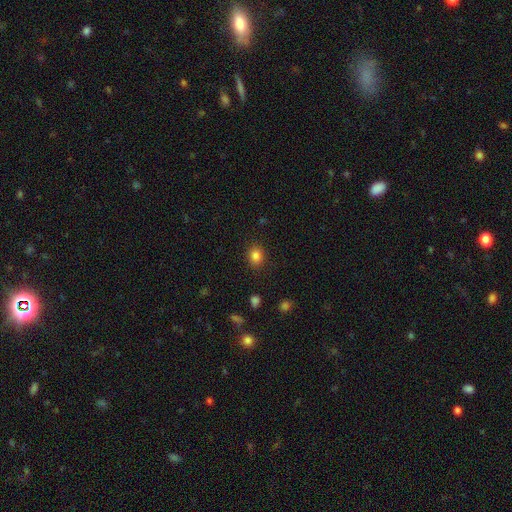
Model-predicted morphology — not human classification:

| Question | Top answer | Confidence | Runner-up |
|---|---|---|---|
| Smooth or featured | smooth | 84% | star or artifact (11%) |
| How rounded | round | 64% | in between (35%) |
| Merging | none | 88% | minor disturbance (8%) |